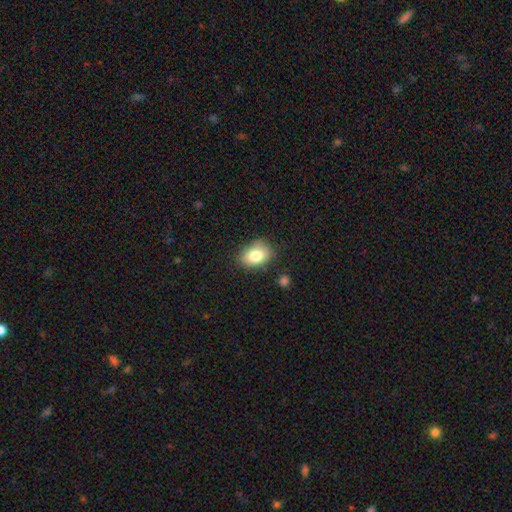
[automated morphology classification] The model was most divided on "how rounded": in between: 77%, round: 22%, cigar-shaped: 1%. More confident: smooth or featured — smooth (81%); merging — none (79%).